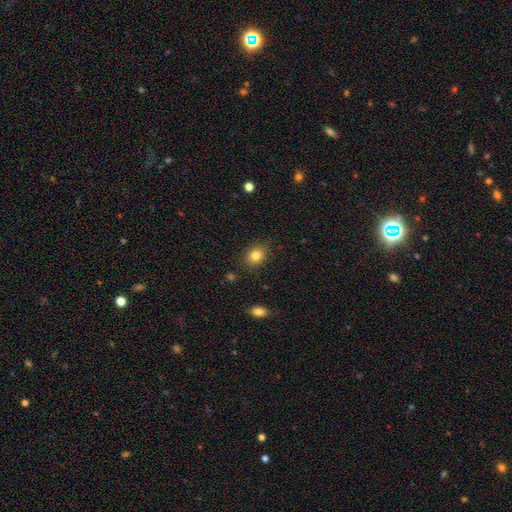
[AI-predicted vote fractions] The model was most divided on "how rounded": in between: 52%, round: 47%, cigar-shaped: 1%. More confident: merging — none (83%); smooth or featured — smooth (83%).